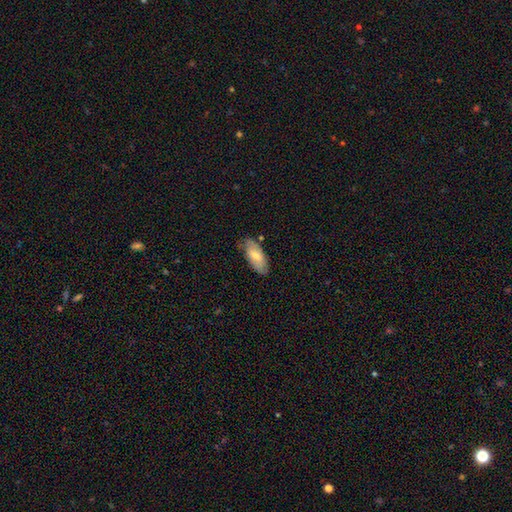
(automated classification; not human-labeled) A smooth galaxy with no disk features (69%) that is in between round and cigar-shaped (86%).

Vote fractions:
- Smooth or featured? smooth: 69% / featured or disk: 25% / star or artifact: 6%
- How rounded? in between: 86% / cigar-shaped: 12% / round: 2%
- Merging? none: 77% / minor disturbance: 18% / major disturbance: 3% / merger: 2%